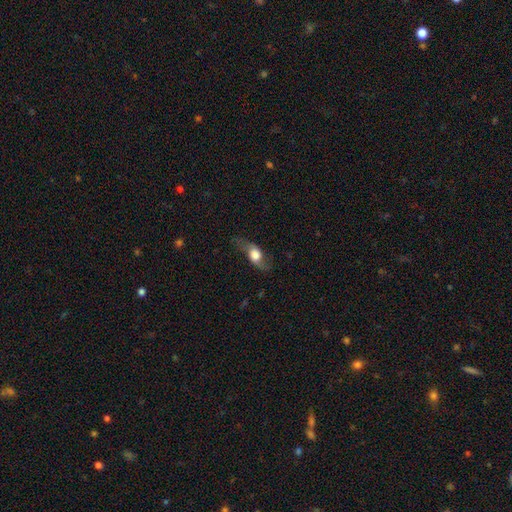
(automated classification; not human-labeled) Smooth or featured?
  - featured or disk: 52% *
  - smooth: 41%
  - star or artifact: 8%
Edge-on disk?
  - no: 69% *
  - yes: 31%
Merging?
  - none: 61% *
  - minor disturbance: 22%
  - major disturbance: 15%
  - merger: 2%